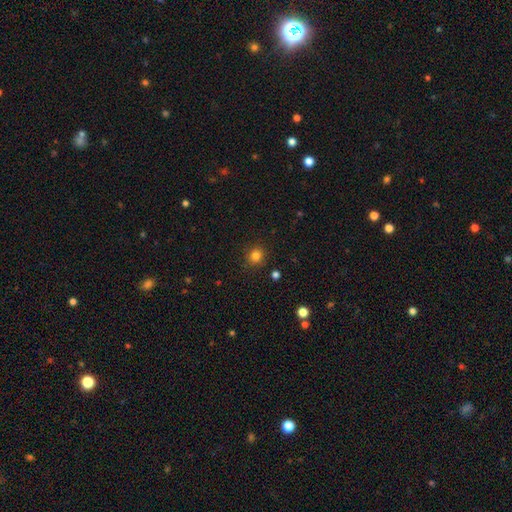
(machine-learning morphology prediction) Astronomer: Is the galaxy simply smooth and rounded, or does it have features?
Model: smooth — 82%.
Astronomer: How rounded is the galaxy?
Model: round — 89%.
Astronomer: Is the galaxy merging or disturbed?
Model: none — 89%.